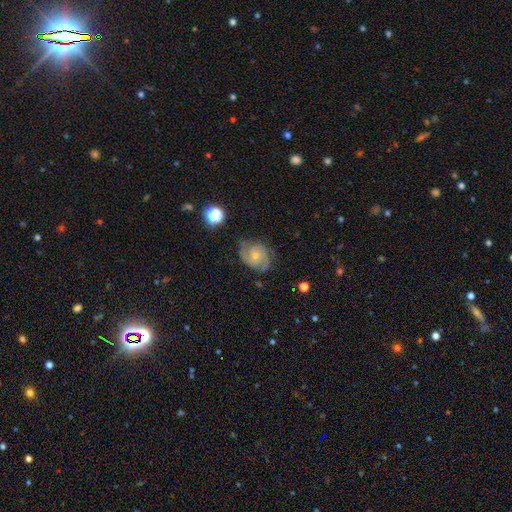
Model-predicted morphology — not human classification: smooth-or-featured: featured or disk: 75% | smooth: 17% | star or artifact: 8%
  disk-edge-on: no: 98% | yes: 2%
    bar: no: 69% | weak: 27% | strong: 4%
    has-spiral-arms: yes: 94% | no: 6%
      spiral-winding: medium: 47% | tight: 38% | loose: 15%
      spiral-arm-count: 2: 78% | can't tell: 10% | 3: 6% | 1: 3% | 4: 2% | more than 4: 2%
    bulge-size: small: 55% | moderate: 38% | none: 4% | large: 2% | dominant: 1%
  merging: none: 68% | minor disturbance: 22% | major disturbance: 9% | merger: 2%